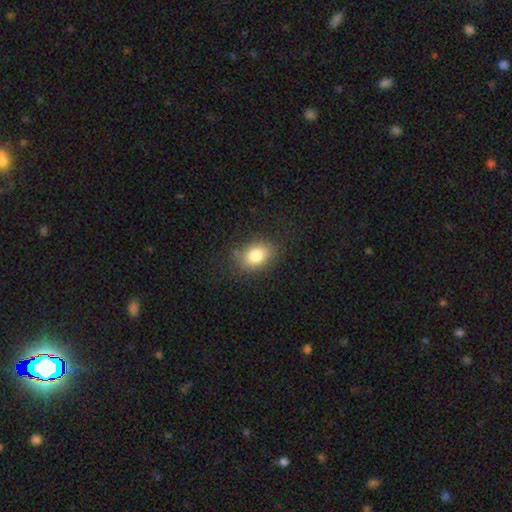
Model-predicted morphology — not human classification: Smooth or featured? Predicted: smooth (p=0.82). How rounded? Predicted: in between (p=0.74). Merging? Predicted: none (p=0.79).